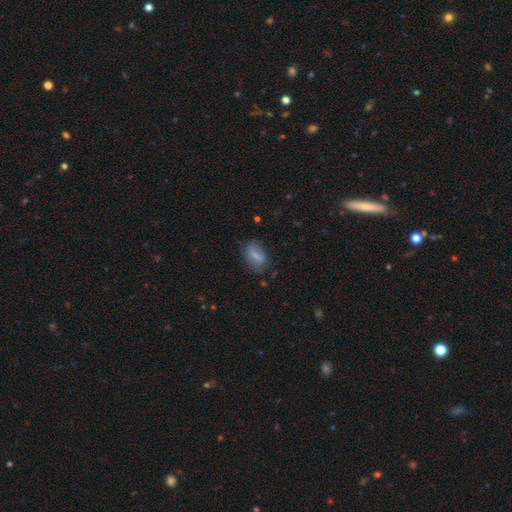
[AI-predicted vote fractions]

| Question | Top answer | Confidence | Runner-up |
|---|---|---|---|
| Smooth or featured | smooth | 71% | featured or disk (20%) |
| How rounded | in between | 81% | round (10%) |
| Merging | none | 66% | minor disturbance (23%) |